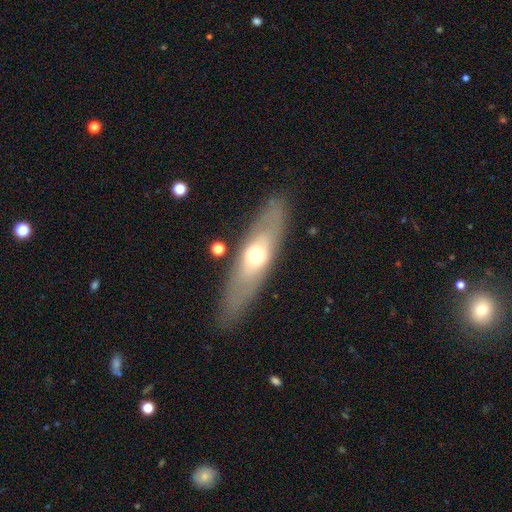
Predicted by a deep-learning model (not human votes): This appears to be a featured or disk galaxy (50%). Merging: none (83%).